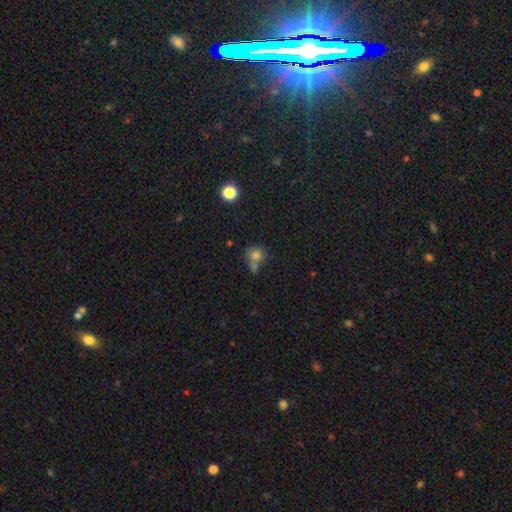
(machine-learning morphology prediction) Smooth or featured? smooth (74%)
How rounded? round (81%)
Merging? none (43%)